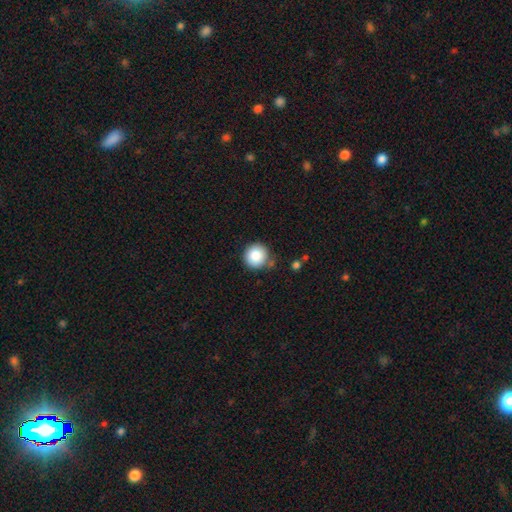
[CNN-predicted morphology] Smooth or featured? Predicted: smooth (p=0.87). How rounded? Predicted: round (p=0.94). Merging? Predicted: none (p=0.80).